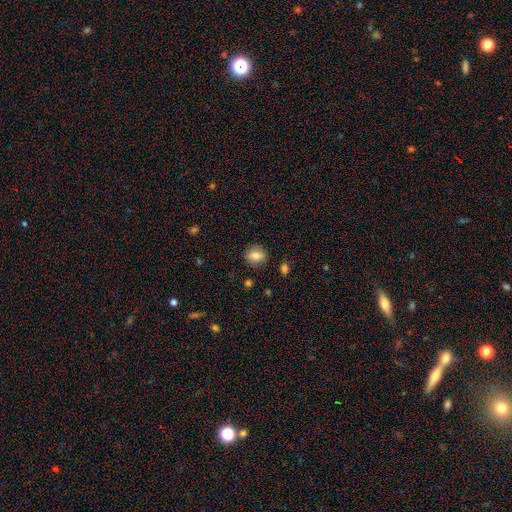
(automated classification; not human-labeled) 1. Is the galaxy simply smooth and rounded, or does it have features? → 80% smooth, 11% featured or disk, 9% star or artifact.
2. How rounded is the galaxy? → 62% round, 36% in between, 2% cigar-shaped.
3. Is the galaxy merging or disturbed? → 83% none, 12% minor disturbance, 3% major disturbance, 2% merger.